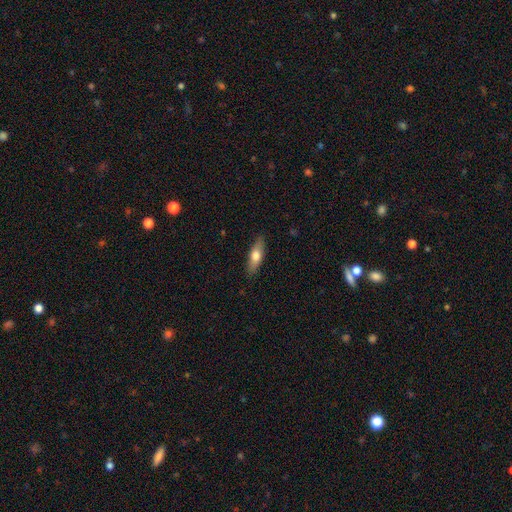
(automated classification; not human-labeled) The model was most divided on "how rounded": in between: 52%, cigar-shaped: 45%, round: 3%. More confident: merging — none (87%); smooth or featured — smooth (65%).